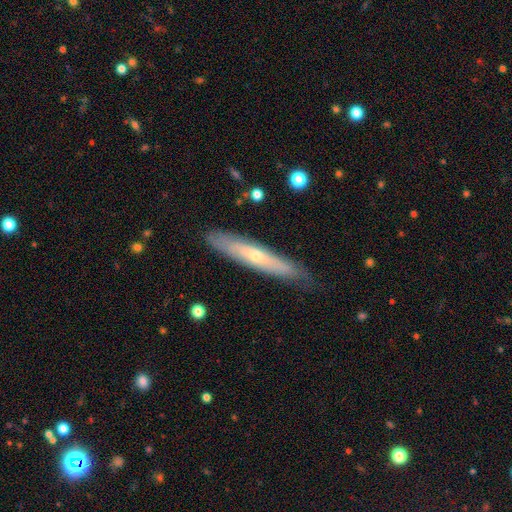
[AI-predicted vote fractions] A featured or disk galaxy (53%) viewed edge-on (70%). Merging: none (80%).